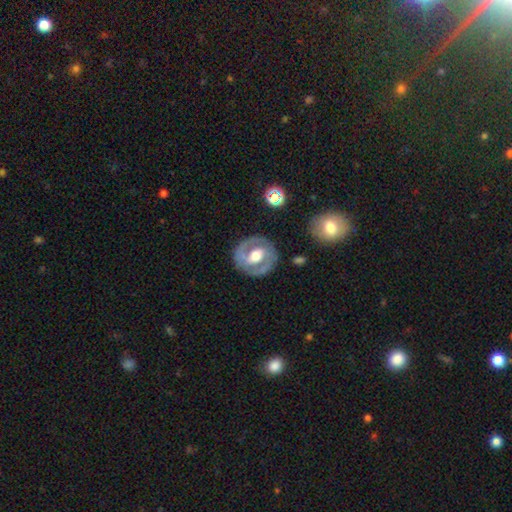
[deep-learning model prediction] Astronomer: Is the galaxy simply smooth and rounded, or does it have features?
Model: featured or disk — 78%.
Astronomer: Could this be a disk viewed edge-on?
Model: no — 97%.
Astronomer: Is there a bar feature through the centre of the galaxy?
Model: weak — 42% (runner-up: no, 29%).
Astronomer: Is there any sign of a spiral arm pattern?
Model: yes — 79%.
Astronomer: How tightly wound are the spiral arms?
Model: tight — 46% (runner-up: medium, 42%).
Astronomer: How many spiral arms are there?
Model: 2 — 84%.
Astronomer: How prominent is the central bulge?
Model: moderate — 67%.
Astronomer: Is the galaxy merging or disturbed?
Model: none — 83%.